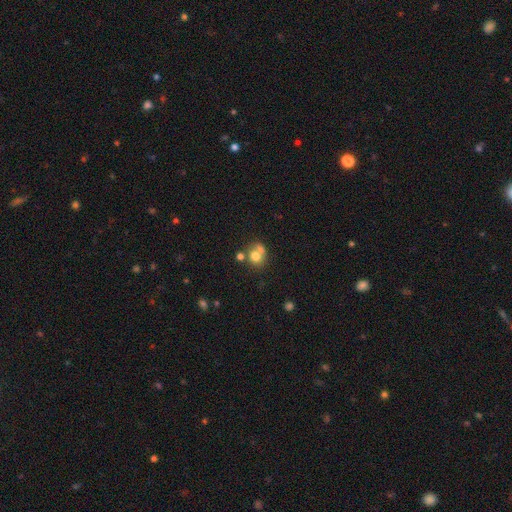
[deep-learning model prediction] smooth 72%, featured or disk 16%, star or artifact 12%. Down the decision tree: how rounded — round (75%); merging — merger (44%).